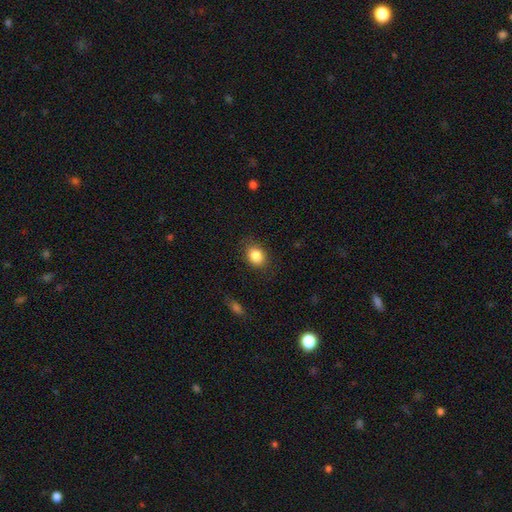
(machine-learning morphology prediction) This is clearly a smooth galaxy (85%). How rounded: possibly in between (54%). Merging: clearly none (83%).